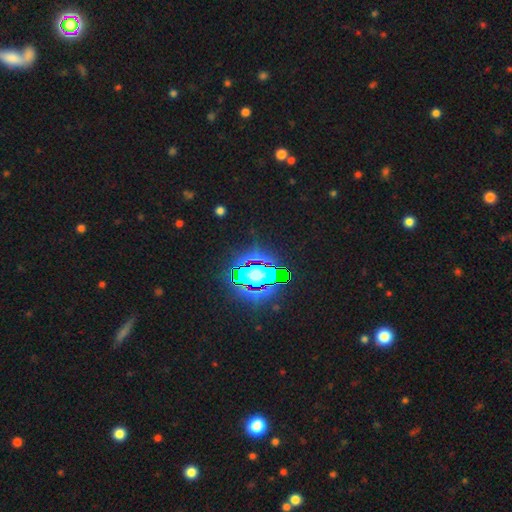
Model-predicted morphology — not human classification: Smooth or featured? Predicted: star or artifact (p=0.68).